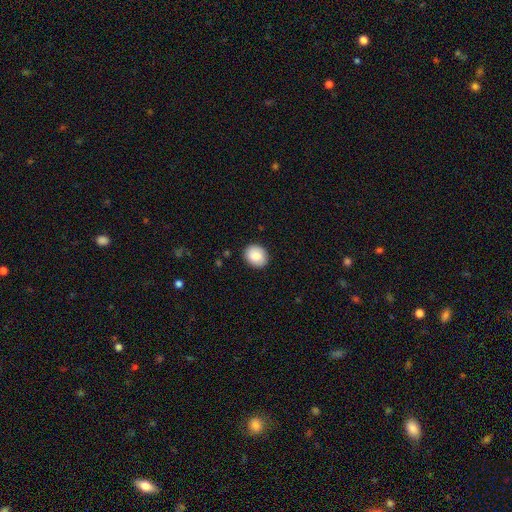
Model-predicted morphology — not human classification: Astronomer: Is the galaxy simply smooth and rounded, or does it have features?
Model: smooth — 83%.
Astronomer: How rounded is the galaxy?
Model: round — 64%.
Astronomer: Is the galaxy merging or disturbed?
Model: none — 90%.